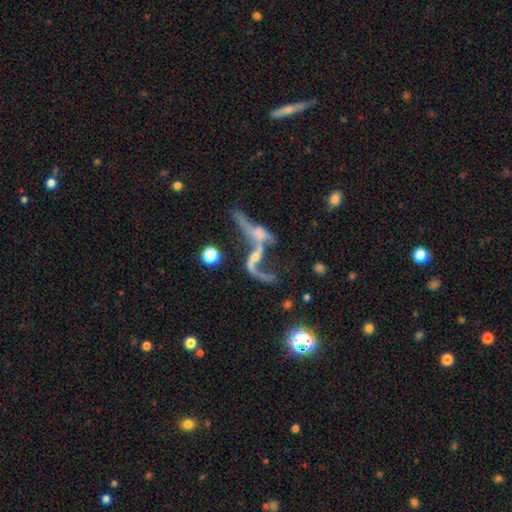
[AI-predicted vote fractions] featured or disk 70%, smooth 16%, star or artifact 14%. Down the decision tree: edge-on disk — no (86%); bar — no (64%); spiral arms — yes (62%); bulge size — none (38%); merging — merger (55%).